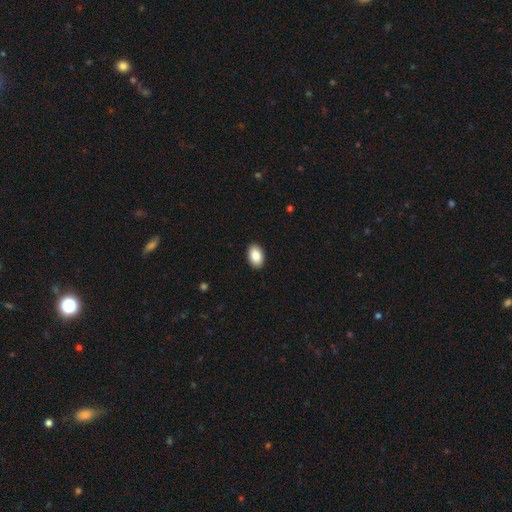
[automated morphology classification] Smooth or featured?
  - smooth: 87% *
  - star or artifact: 7%
  - featured or disk: 6%
How rounded?
  - in between: 91% *
  - round: 8%
  - cigar-shaped: 1%
Merging?
  - none: 91% *
  - minor disturbance: 6%
  - major disturbance: 2%
  - merger: 1%